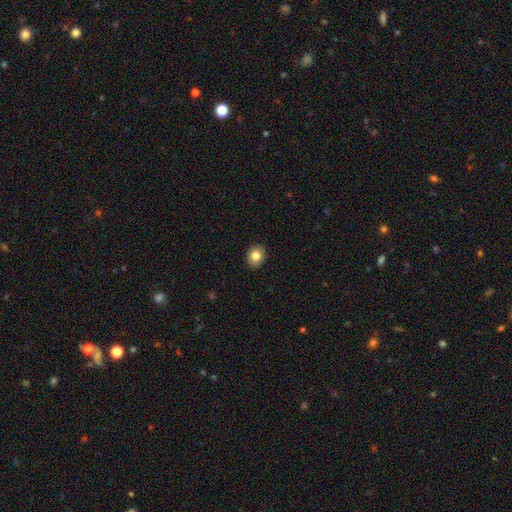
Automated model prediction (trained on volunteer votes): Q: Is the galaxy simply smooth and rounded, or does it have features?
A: smooth — 82%.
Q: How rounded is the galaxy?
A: round — 61%.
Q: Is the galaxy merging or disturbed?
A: none — 91%.